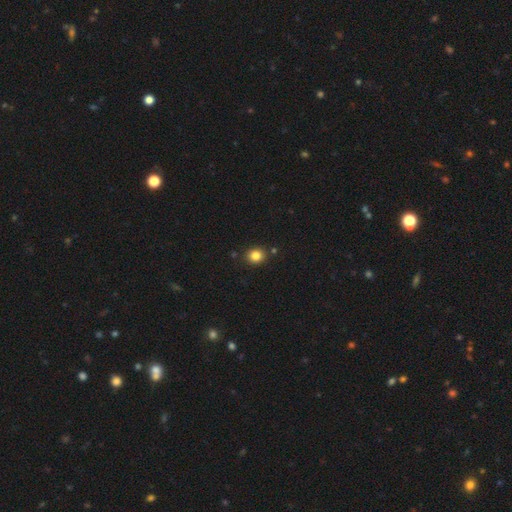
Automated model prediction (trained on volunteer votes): A smooth galaxy with no disk features (84%) that is round (72%).

Vote fractions:
- Smooth or featured? smooth: 84% / star or artifact: 11% / featured or disk: 5%
- How rounded? round: 72% / in between: 27% / cigar-shaped: 1%
- Merging? none: 85% / minor disturbance: 8% / merger: 4% / major disturbance: 2%